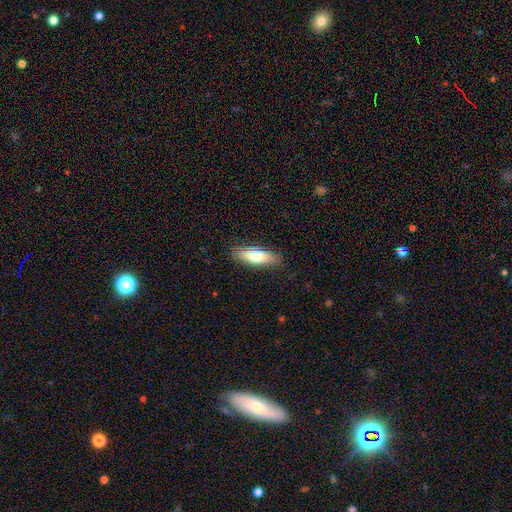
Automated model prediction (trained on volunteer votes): A smooth galaxy with no disk features (60%) that is cigar-shaped (50%).

Vote fractions:
- Smooth or featured? smooth: 60% / featured or disk: 33% / star or artifact: 7%
- How rounded? cigar-shaped: 50% / in between: 47% / round: 3%
- Merging? none: 86% / minor disturbance: 11% / major disturbance: 3% / merger: 1%